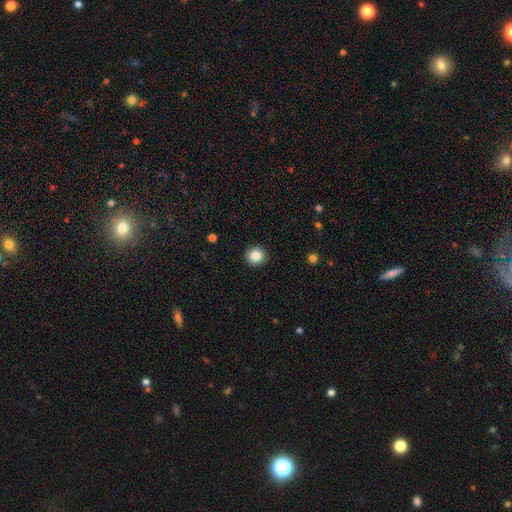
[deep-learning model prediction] Smooth or featured? Predicted: smooth (p=0.85). How rounded? Predicted: round (p=0.94). Merging? Predicted: none (p=0.93).